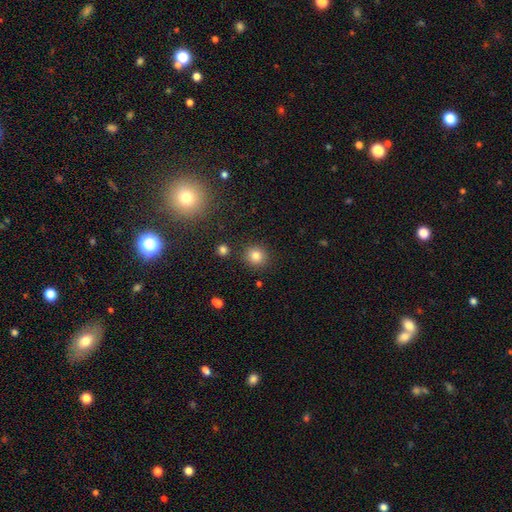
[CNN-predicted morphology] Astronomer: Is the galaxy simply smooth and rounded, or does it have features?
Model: smooth — 82%.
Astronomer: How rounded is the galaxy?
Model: round — 89%.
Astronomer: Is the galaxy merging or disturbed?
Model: none — 88%.